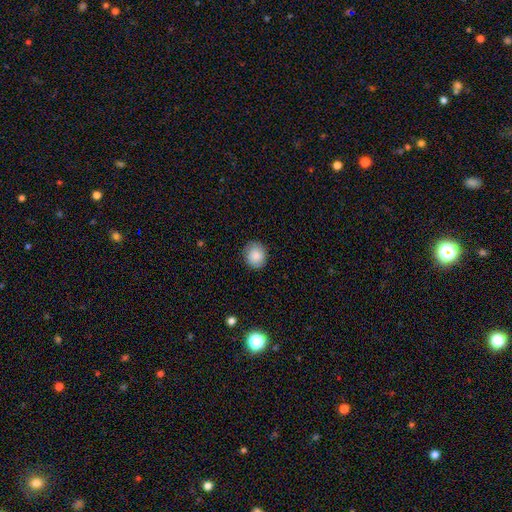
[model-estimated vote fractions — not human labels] smooth_or_featured: smooth (p=0.84) [alt: star or artifact p=0.08]
how_rounded: round (p=0.70) [alt: in between p=0.29]
merging: none (p=0.86) [alt: minor disturbance p=0.11]